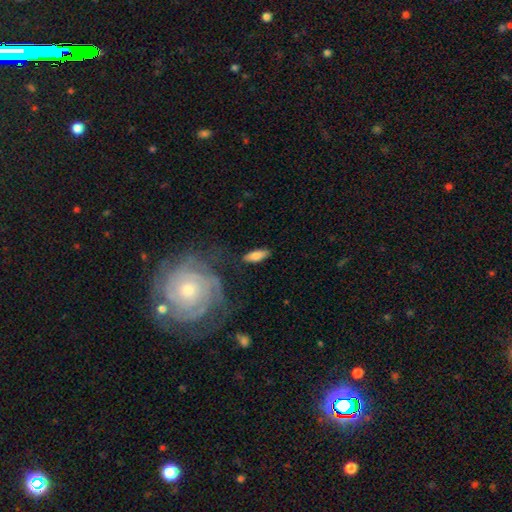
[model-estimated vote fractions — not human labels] The model was most divided on "how rounded": in between: 67%, cigar-shaped: 30%, round: 3%. More confident: merging — none (79%); smooth or featured — smooth (75%).